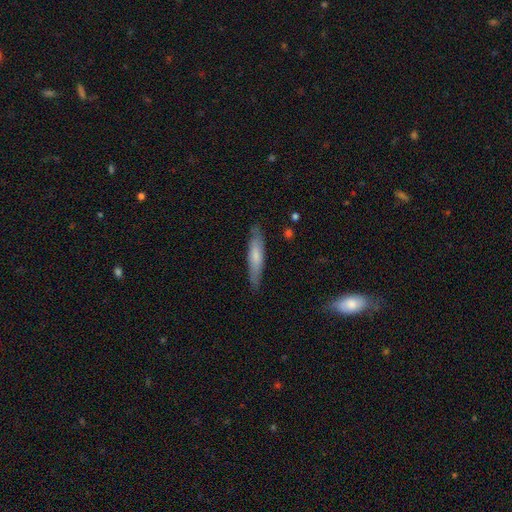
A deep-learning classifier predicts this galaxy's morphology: type=smooth (64%); roundness=cigar-shaped (85%); merging=none (84%).